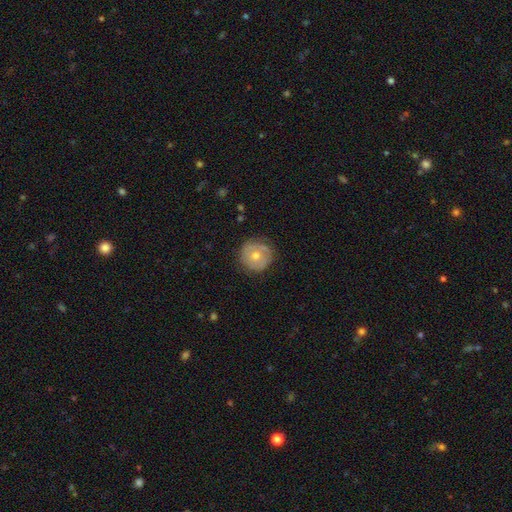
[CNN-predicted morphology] Smooth or featured? Predicted: featured or disk (p=0.53). Edge-on disk? Predicted: no (p=0.96). Bar? Predicted: no (p=0.85). Spiral arms? Predicted: no (p=0.50, tied with yes). Bulge size? Predicted: moderate (p=0.66). Merging? Predicted: none (p=0.81).